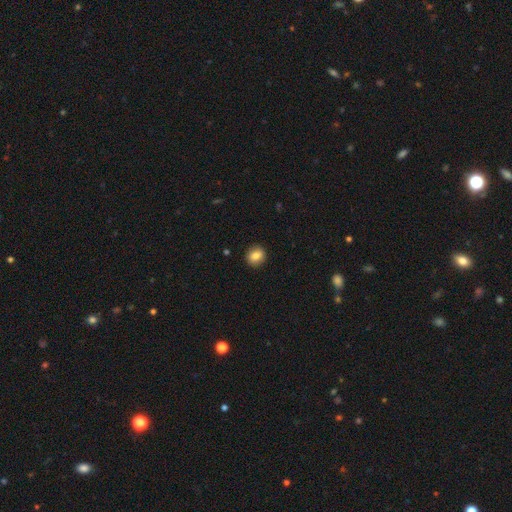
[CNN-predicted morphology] smooth 83%, star or artifact 9%, featured or disk 8%. Down the decision tree: how rounded — round (76%); merging — none (90%).